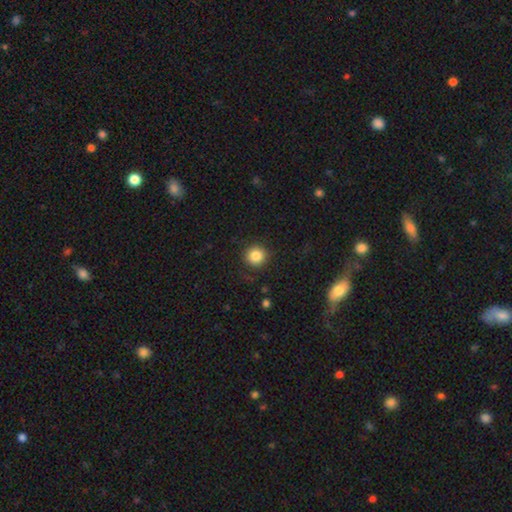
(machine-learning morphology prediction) A smooth galaxy with no disk features (85%) that is round (93%).

Vote fractions:
- Smooth or featured? smooth: 85% / star or artifact: 10% / featured or disk: 5%
- How rounded? round: 93% / in between: 6% / cigar-shaped: 1%
- Merging? none: 89% / minor disturbance: 7% / major disturbance: 3% / merger: 1%